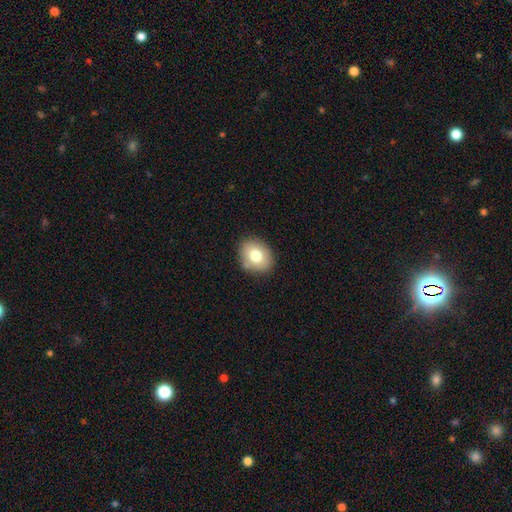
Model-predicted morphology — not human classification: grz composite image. It shows a smooth galaxy with no disk features (76%) that is in between round and cigar-shaped (54%). Merging: none (83%).